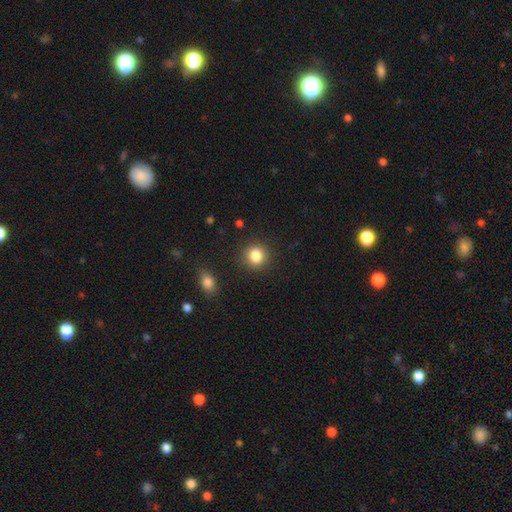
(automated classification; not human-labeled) Smooth or featured? Predicted: smooth (p=0.84). How rounded? Predicted: round (p=0.85). Merging? Predicted: none (p=0.88).